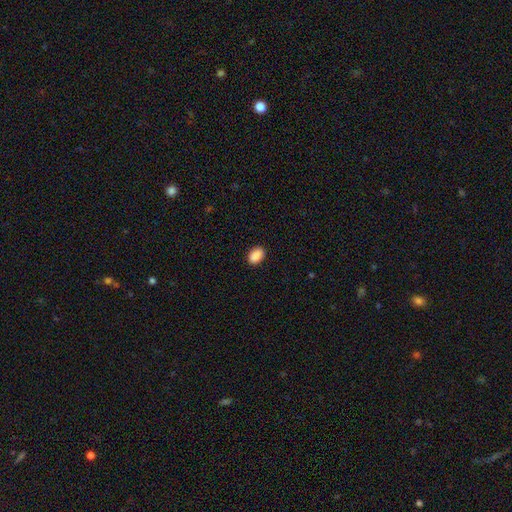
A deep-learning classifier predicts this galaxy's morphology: Q: Smooth or featured?
A: smooth (90%); runner-up: star or artifact (7%)
Q: How rounded?
A: in between (85%); runner-up: round (14%)
Q: Merging?
A: none (89%); runner-up: minor disturbance (8%)